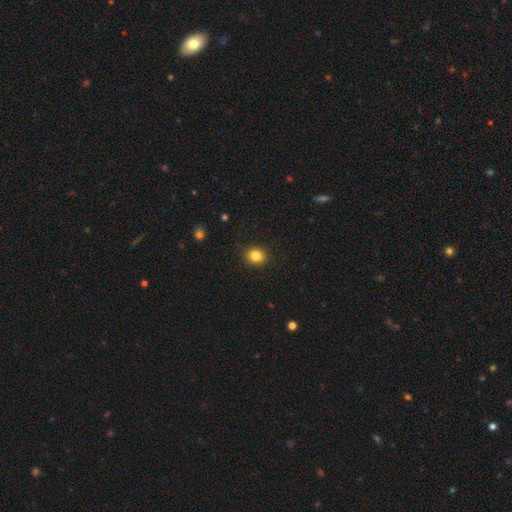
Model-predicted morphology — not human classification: This appears to be a smooth galaxy with no disk features (84%) that is round (69%). Merging: none (89%).